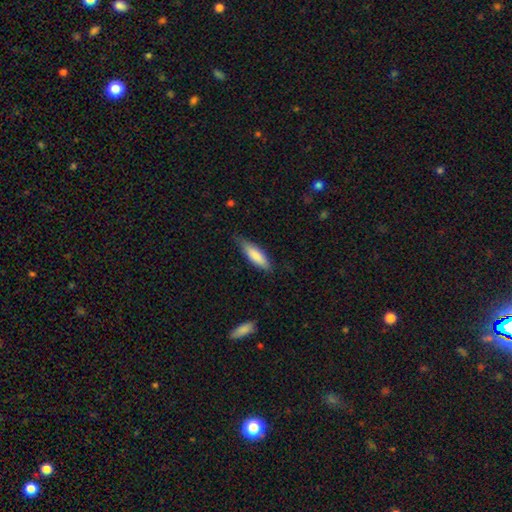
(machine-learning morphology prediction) This appears to be a smooth galaxy with no disk features (82%) that is in between round and cigar-shaped (49%, tied with cigar-shaped). Merging: none (71%).